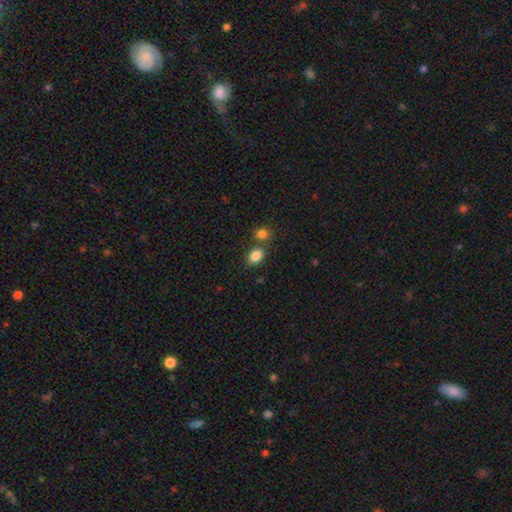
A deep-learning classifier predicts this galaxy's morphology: The model was most divided on "merging": none: 63%, merger: 24%, minor disturbance: 10%, major disturbance: 3%. More confident: smooth or featured — smooth (85%); how rounded — in between (74%).